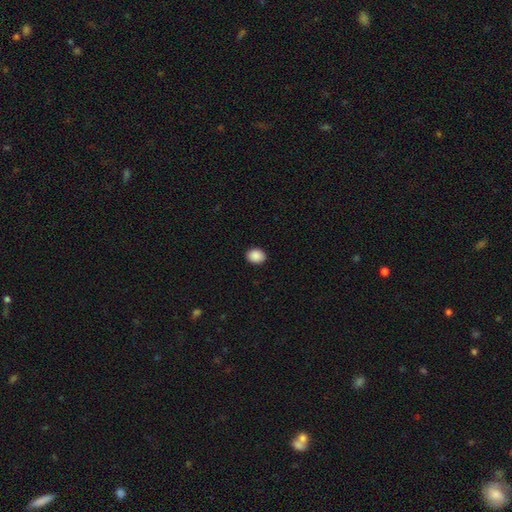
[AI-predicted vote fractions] Smooth or featured?
  - smooth: 90% *
  - star or artifact: 8%
  - featured or disk: 3%
How rounded?
  - in between: 50% *
  - round: 49%
  - cigar-shaped: 1%
Merging?
  - none: 91% *
  - minor disturbance: 6%
  - major disturbance: 2%
  - merger: 1%